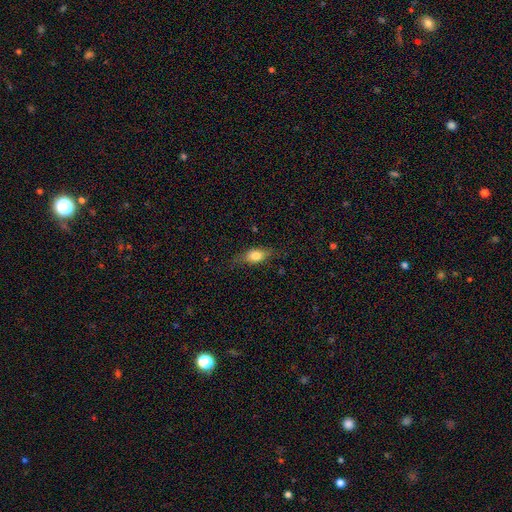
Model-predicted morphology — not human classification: This is likely a smooth galaxy (71%). How rounded: likely in between (76%). Merging: likely none (70%).